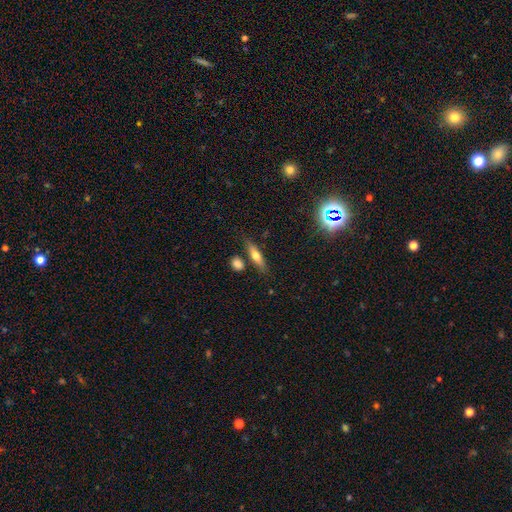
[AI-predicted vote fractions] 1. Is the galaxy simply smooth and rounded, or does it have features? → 58% smooth, 34% featured or disk, 8% star or artifact.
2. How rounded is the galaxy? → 67% cigar-shaped, 30% in between, 3% round.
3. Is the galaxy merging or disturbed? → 75% none, 13% minor disturbance, 9% merger, 3% major disturbance.